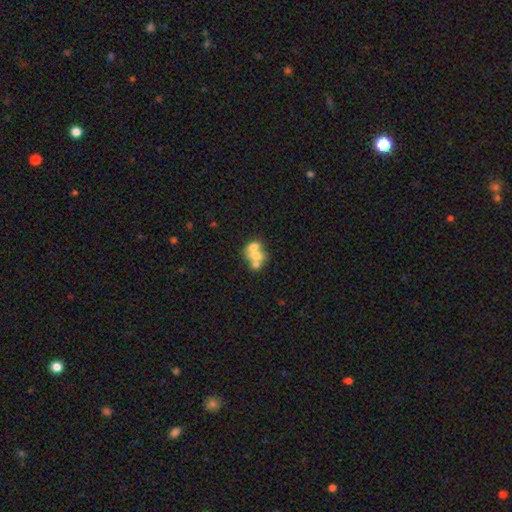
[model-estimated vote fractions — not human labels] smooth 54%, featured or disk 35%, star or artifact 12%. Down the decision tree: how rounded — in between (63%); merging — merger (63%).